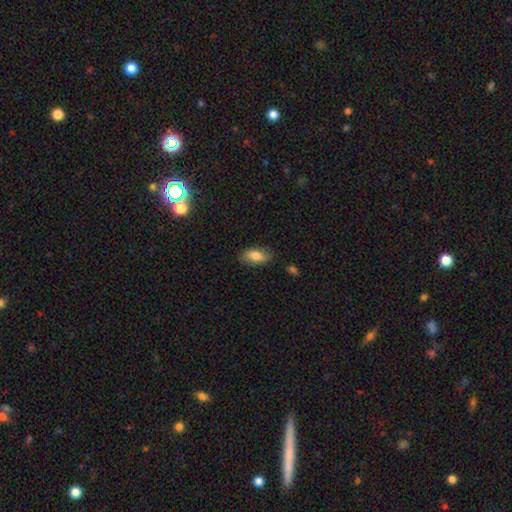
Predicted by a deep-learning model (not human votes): smooth-or-featured: smooth: 81% | featured or disk: 12% | star or artifact: 7%
  how-rounded: in between: 88% | cigar-shaped: 8% | round: 4%
  merging: none: 82% | minor disturbance: 13% | major disturbance: 3% | merger: 2%